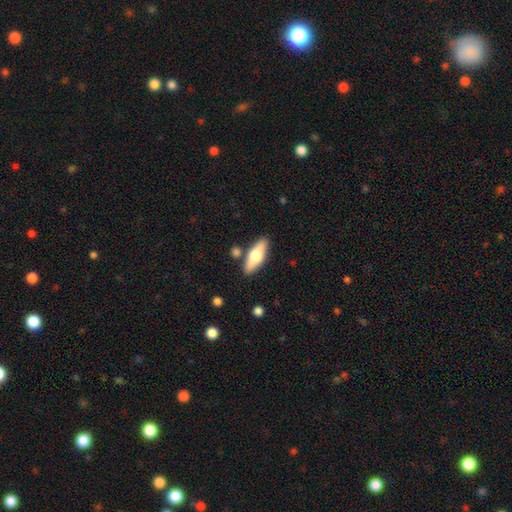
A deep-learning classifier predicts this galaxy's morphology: Smooth or featured? Predicted: smooth (p=0.56). How rounded? Predicted: in between (p=0.56). Merging? Predicted: none (p=0.83).